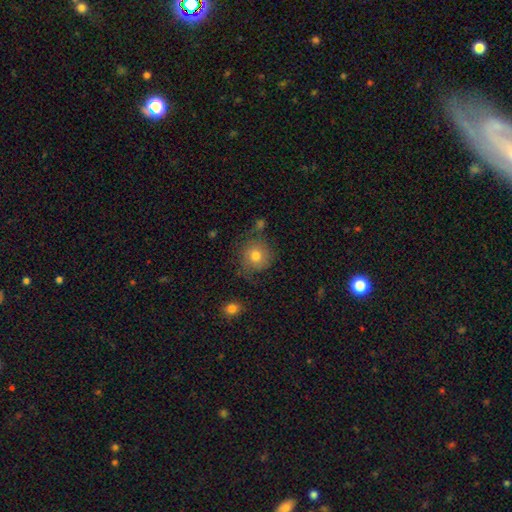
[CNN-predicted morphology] Smooth or featured? smooth (75%)
How rounded? round (88%)
Merging? none (68%)